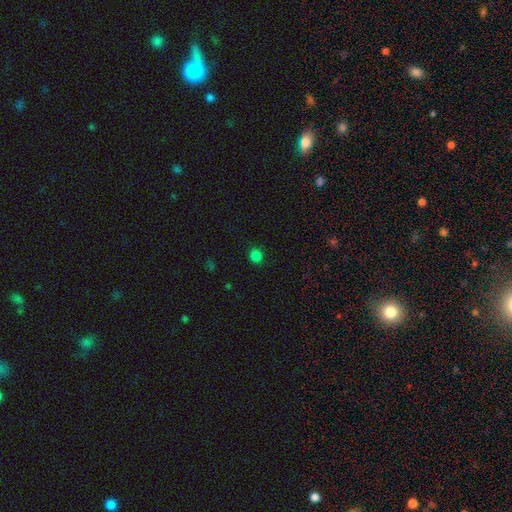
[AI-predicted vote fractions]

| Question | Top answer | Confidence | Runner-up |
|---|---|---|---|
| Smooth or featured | smooth | 81% | star or artifact (16%) |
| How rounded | round | 87% | in between (12%) |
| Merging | none | 89% | minor disturbance (8%) |